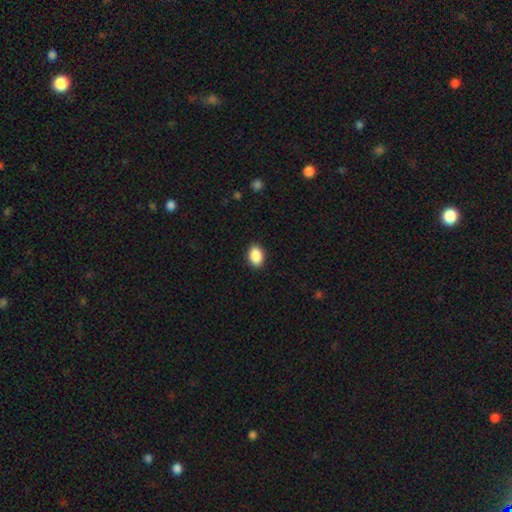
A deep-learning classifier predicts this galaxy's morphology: smooth_or_featured: smooth (p=0.90) [alt: star or artifact p=0.08]
how_rounded: in between (p=0.80) [alt: round p=0.19]
merging: none (p=0.90) [alt: minor disturbance p=0.07]